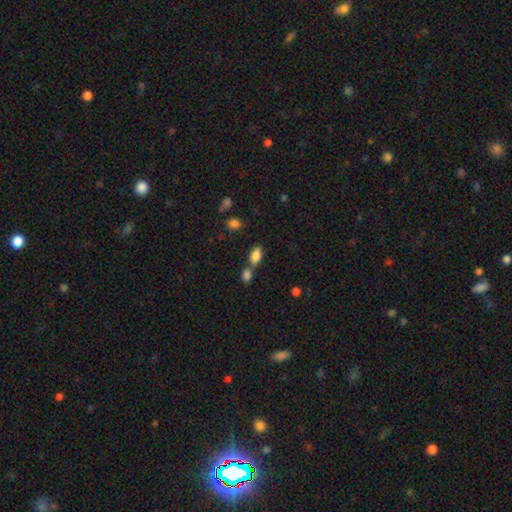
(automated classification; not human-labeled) This appears to be a smooth galaxy with no disk features (84%) that is in between round and cigar-shaped (89%). Merging: none (47%).